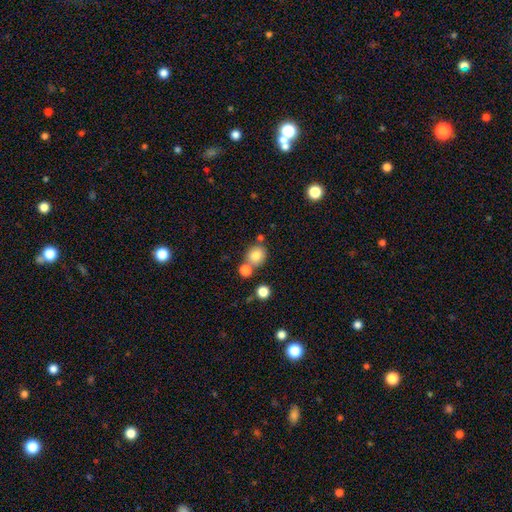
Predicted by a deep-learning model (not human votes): The model was most divided on "merging": none: 64%, merger: 22%, minor disturbance: 11%, major disturbance: 4%. More confident: smooth or featured — smooth (80%); how rounded — round (75%).